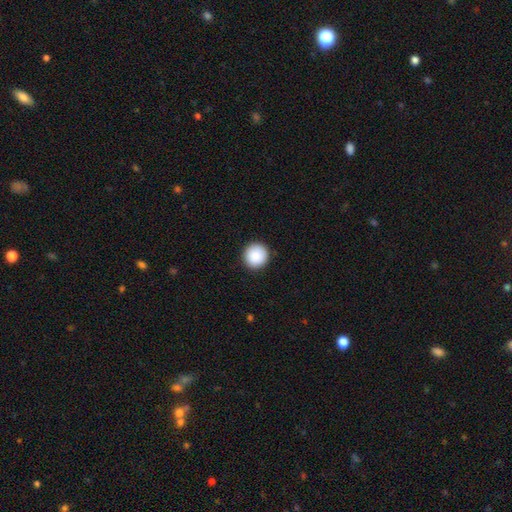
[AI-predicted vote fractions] Smooth or featured: smooth — 89% (star or artifact — 8%)
How rounded: round — 95% (in between — 4%)
Merging: none — 92% (minor disturbance — 5%)